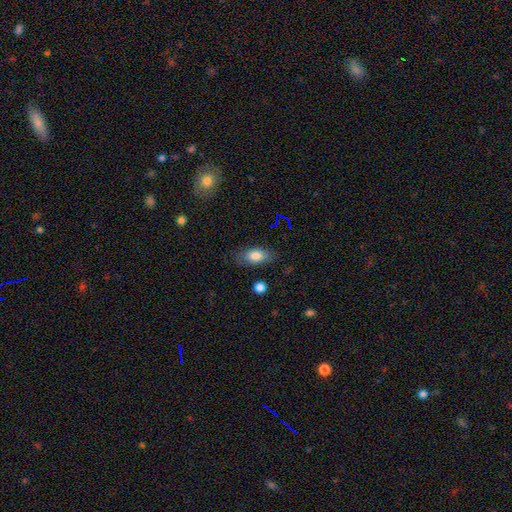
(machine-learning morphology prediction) Smooth or featured? smooth (80%)
How rounded? in between (87%)
Merging? none (77%)